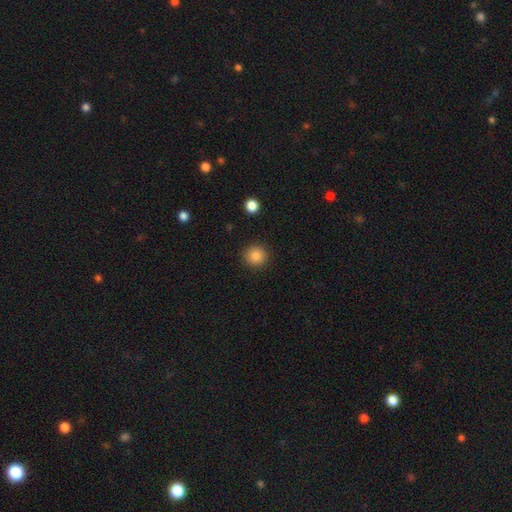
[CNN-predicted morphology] smooth-or-featured: smooth: 86% | star or artifact: 10% | featured or disk: 4%
  how-rounded: round: 93% | in between: 6% | cigar-shaped: 1%
  merging: none: 91% | minor disturbance: 6% | major disturbance: 2% | merger: 1%